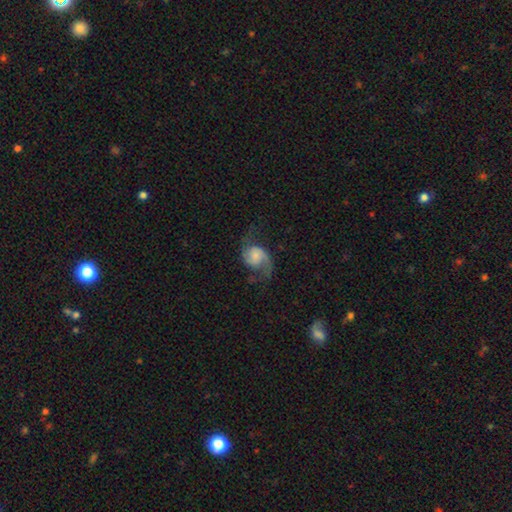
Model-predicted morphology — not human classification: smooth-or-featured: featured or disk: 80% | smooth: 14% | star or artifact: 7%
  disk-edge-on: no: 98% | yes: 2%
    bar: no: 65% | weak: 30% | strong: 6%
    has-spiral-arms: yes: 96% | no: 4%
      spiral-winding: loose: 52% | medium: 39% | tight: 9%
      spiral-arm-count: 2: 89% | 1: 6% | can't tell: 2% | 3: 1% | 4: 1% | more than 4: 1%
    bulge-size: small: 38% | moderate: 30% | none: 17% | large: 12% | dominant: 3%
  merging: none: 63% | minor disturbance: 19% | major disturbance: 17% | merger: 2%